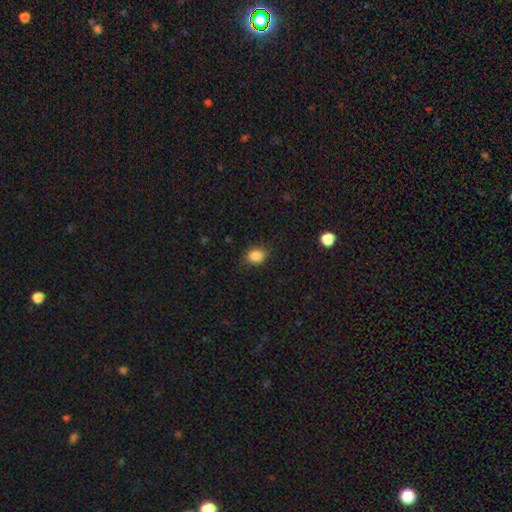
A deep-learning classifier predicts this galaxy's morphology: Smooth or featured? smooth (87%)
How rounded? in between (61%)
Merging? none (83%)